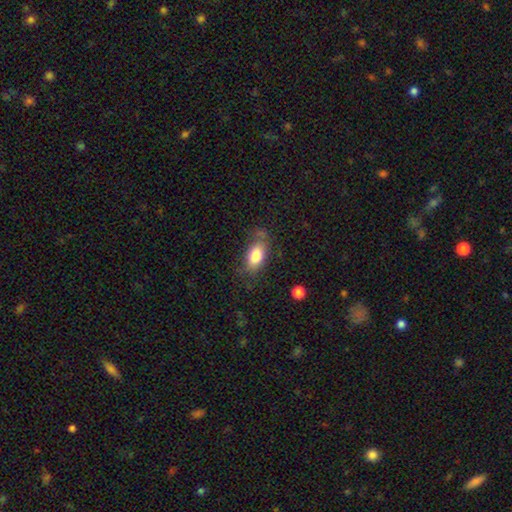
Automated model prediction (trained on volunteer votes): Smooth or featured? smooth (79%)
How rounded? in between (88%)
Merging? none (69%)